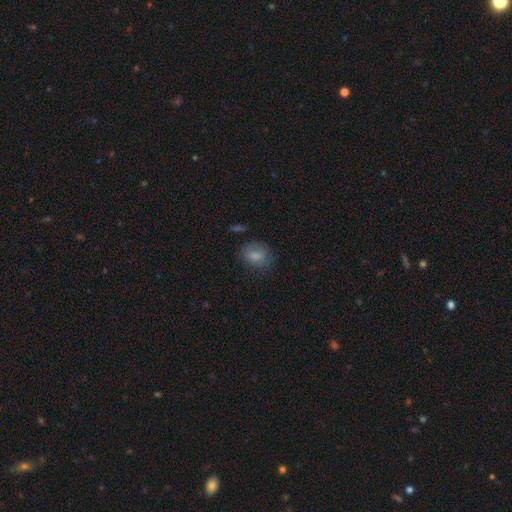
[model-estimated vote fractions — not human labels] Morphology: type=smooth (80%); roundness=in between (59%); merging=none (73%).